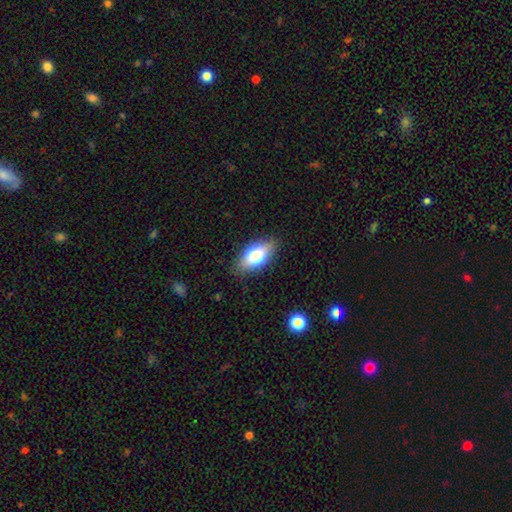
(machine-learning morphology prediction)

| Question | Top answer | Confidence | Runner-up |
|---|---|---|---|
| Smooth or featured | smooth | 68% | featured or disk (24%) |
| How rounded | in between | 86% | cigar-shaped (9%) |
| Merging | none | 86% | minor disturbance (11%) |